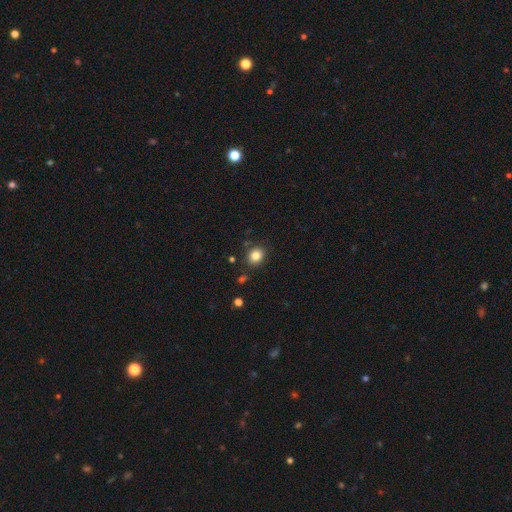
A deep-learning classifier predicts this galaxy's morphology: Q: Smooth or featured?
A: smooth (83%); runner-up: star or artifact (11%)
Q: How rounded?
A: round (64%); runner-up: in between (35%)
Q: Merging?
A: none (84%); runner-up: minor disturbance (10%)